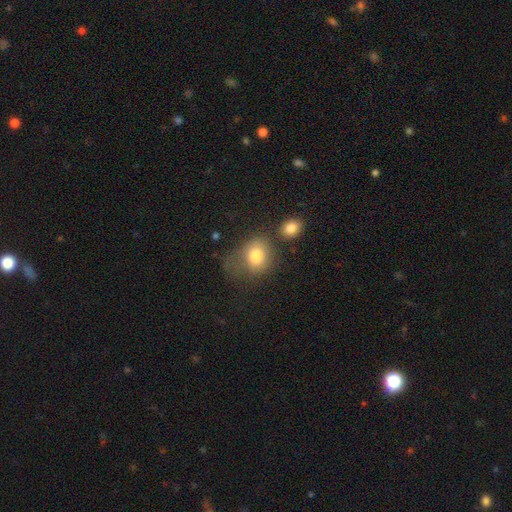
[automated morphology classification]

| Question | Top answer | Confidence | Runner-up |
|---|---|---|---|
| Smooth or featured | smooth | 79% | featured or disk (12%) |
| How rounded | round | 52% | in between (47%) |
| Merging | none | 36% | minor disturbance (26%) |